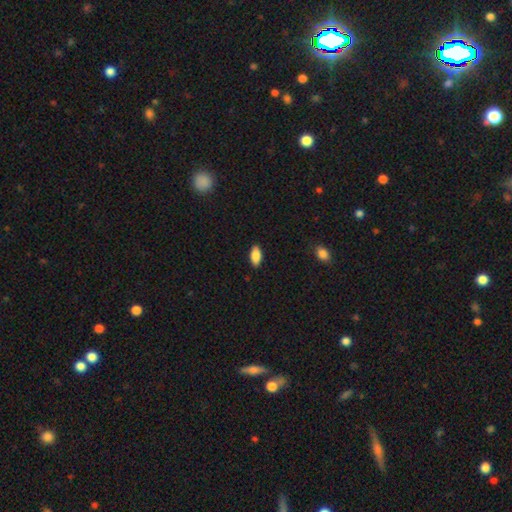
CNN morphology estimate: Smooth or featured?
  - smooth: 86% *
  - featured or disk: 8%
  - star or artifact: 7%
How rounded?
  - in between: 89% *
  - cigar-shaped: 9%
  - round: 2%
Merging?
  - none: 88% *
  - minor disturbance: 9%
  - major disturbance: 2%
  - merger: 1%